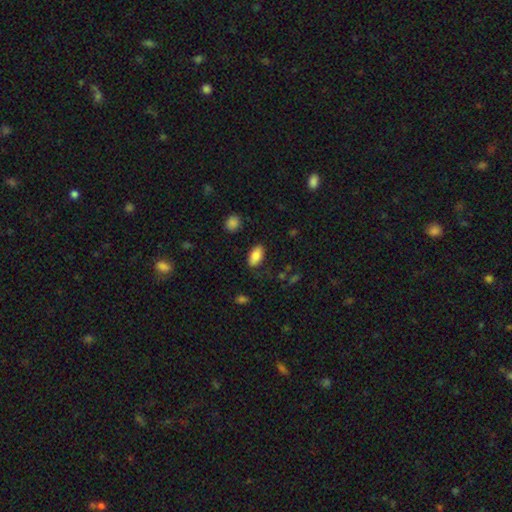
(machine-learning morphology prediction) smooth 86%, star or artifact 8%, featured or disk 7%. Down the decision tree: how rounded — in between (92%); merging — none (81%).